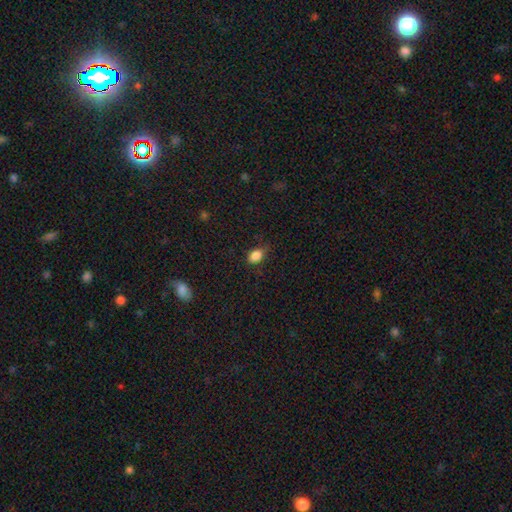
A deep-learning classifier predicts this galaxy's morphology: The model was most divided on "merging": none: 71%, minor disturbance: 22%, major disturbance: 5%, merger: 1%. More confident: smooth or featured — smooth (86%); how rounded — in between (82%).